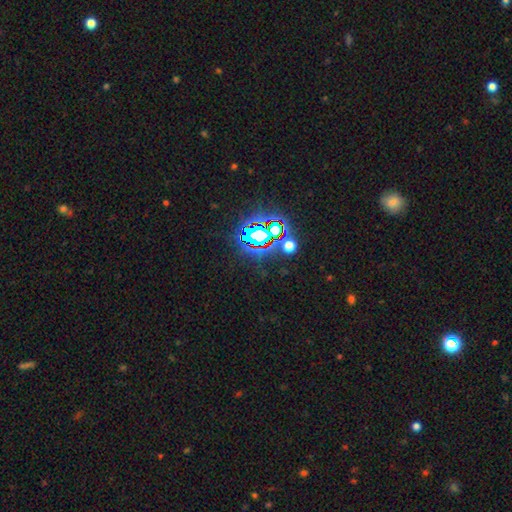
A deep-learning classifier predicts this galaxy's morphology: Smooth or featured? Predicted: star or artifact (p=0.81).